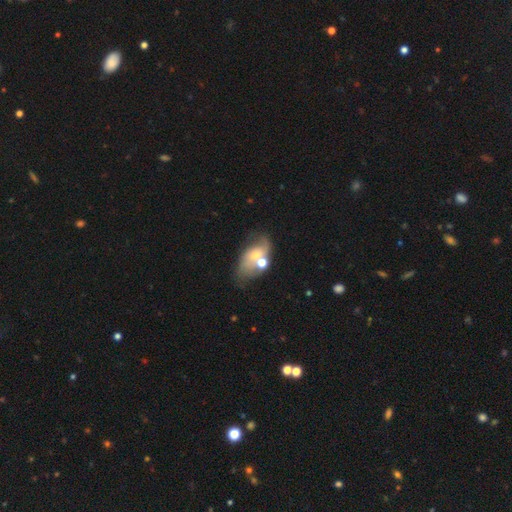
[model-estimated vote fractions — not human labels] Overall: featured or disk (56%; smooth 35%). Edge-on disk: no (95%). Bar: no (70%). Spiral arms: yes (67%; no 33%). Bulge size: small (45%; moderate 44%). Merging: none (38%; merger 27%).